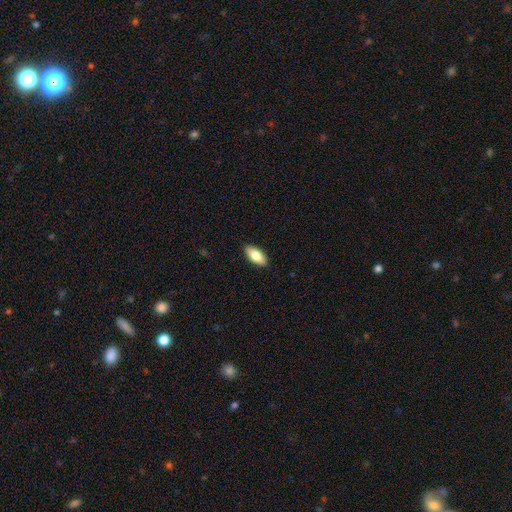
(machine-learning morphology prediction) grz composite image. It shows a smooth galaxy with no disk features (79%) that is in between round and cigar-shaped (88%). Merging: none (89%).